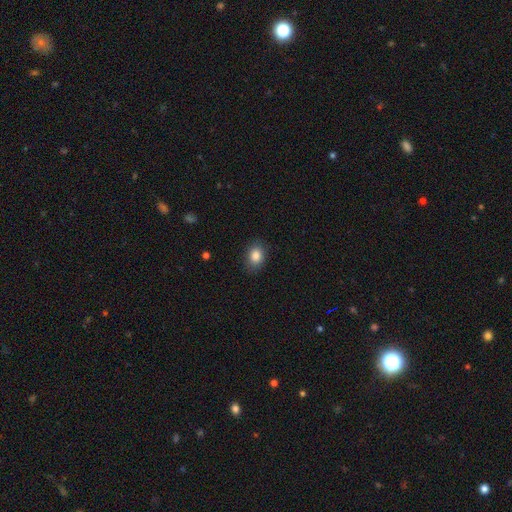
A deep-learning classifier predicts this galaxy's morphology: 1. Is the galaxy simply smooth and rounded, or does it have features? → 85% smooth, 9% star or artifact, 6% featured or disk.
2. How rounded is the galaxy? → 70% in between, 29% round, 1% cigar-shaped.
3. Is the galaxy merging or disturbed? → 83% none, 12% minor disturbance, 3% major disturbance, 1% merger.